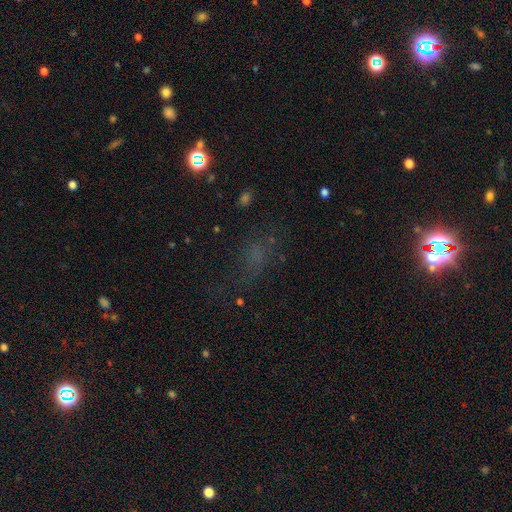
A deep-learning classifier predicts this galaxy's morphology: Smooth or featured? smooth (44%)
Merging? none (51%)